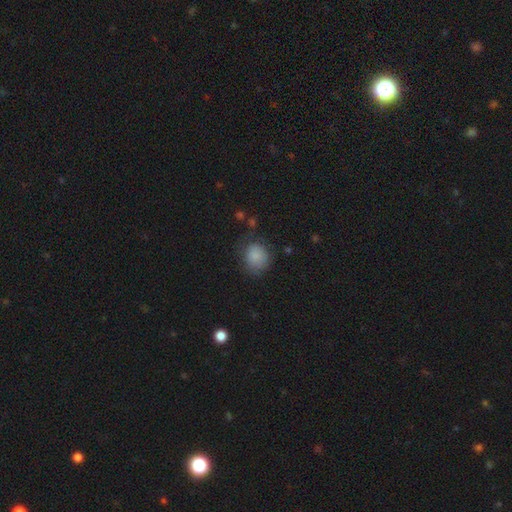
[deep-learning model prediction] A smooth galaxy with no disk features (85%) that is round (74%).

Vote fractions:
- Smooth or featured? smooth: 85% / star or artifact: 8% / featured or disk: 6%
- How rounded? round: 74% / in between: 25% / cigar-shaped: 1%
- Merging? none: 66% / minor disturbance: 23% / major disturbance: 9% / merger: 2%